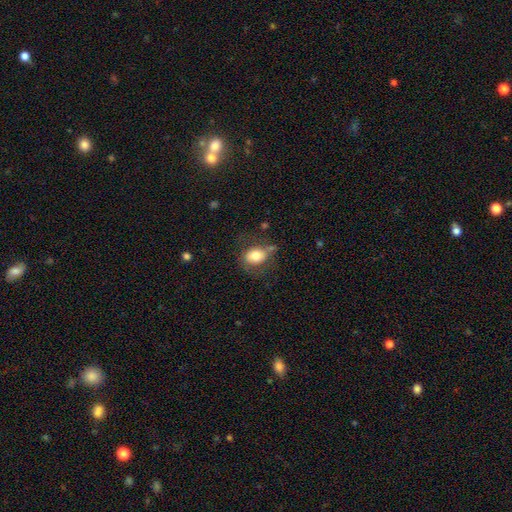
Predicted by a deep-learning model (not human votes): Overall: smooth (73%). How rounded: in between (62%; round 36%). Merging: none (57%; minor disturbance 25%).